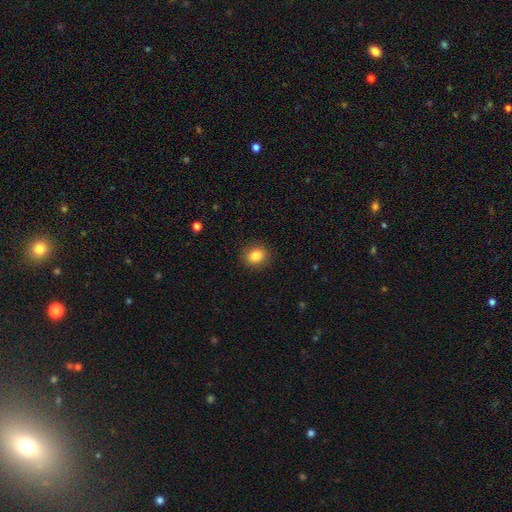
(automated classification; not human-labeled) A smooth galaxy with no disk features (85%) that is round (61%). Merging: none (88%).